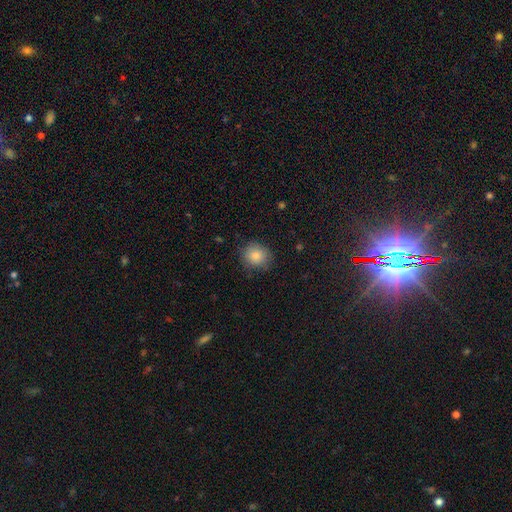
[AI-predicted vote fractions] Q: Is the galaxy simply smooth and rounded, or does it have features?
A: smooth — 84%.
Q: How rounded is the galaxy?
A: round — 80%.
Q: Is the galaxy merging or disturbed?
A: none — 83%.